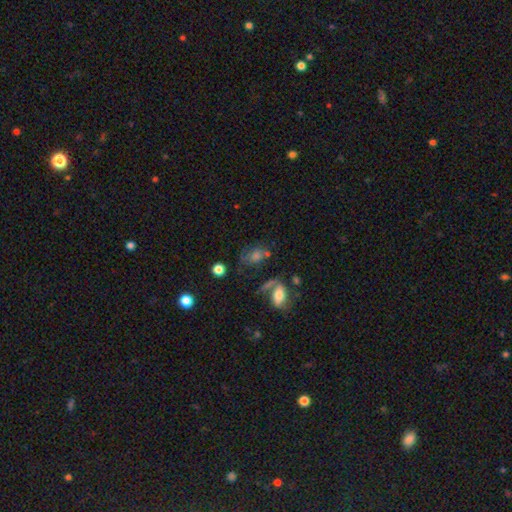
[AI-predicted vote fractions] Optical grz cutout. It shows a smooth galaxy with no disk features (52%) that is in between round and cigar-shaped (64%). Merging: none (46%).